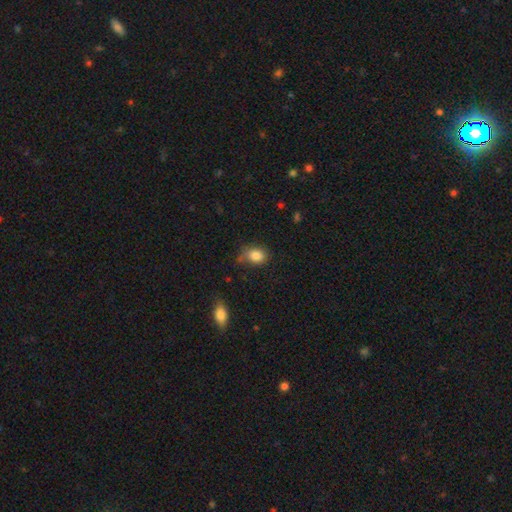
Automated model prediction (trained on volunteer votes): Smooth or featured: smooth — 84% (star or artifact — 9%)
How rounded: in between — 69% (round — 30%)
Merging: none — 55% (minor disturbance — 33%)